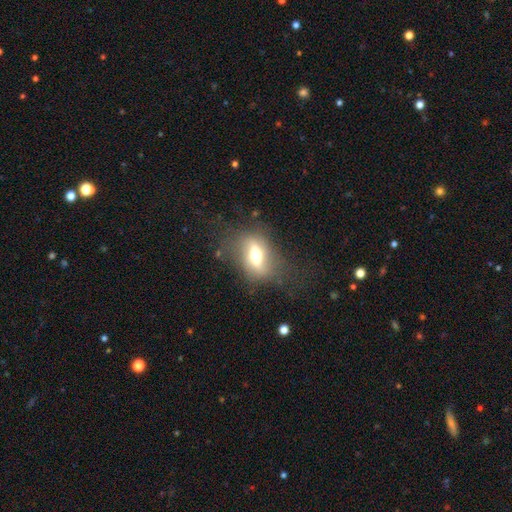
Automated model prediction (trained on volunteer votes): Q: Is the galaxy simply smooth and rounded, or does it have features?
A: featured or disk — 50%.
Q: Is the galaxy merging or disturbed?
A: none — 62%.